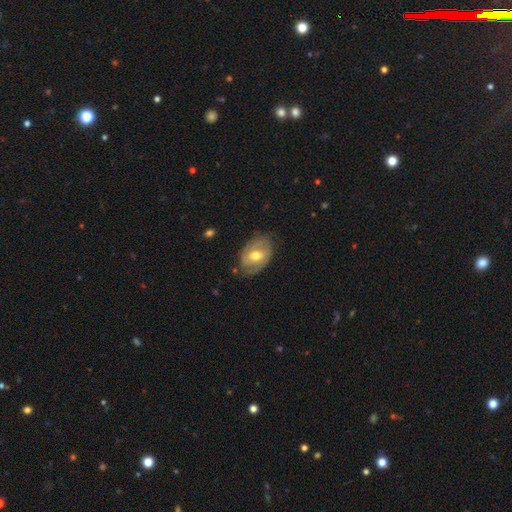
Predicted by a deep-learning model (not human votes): Smooth or featured? Predicted: featured or disk (p=0.60). Edge-on disk? Predicted: no (p=0.94). Bar? Predicted: weak (p=0.43). Spiral arms? Predicted: yes (p=0.67). Bulge size? Predicted: moderate (p=0.75). Merging? Predicted: none (p=0.69).